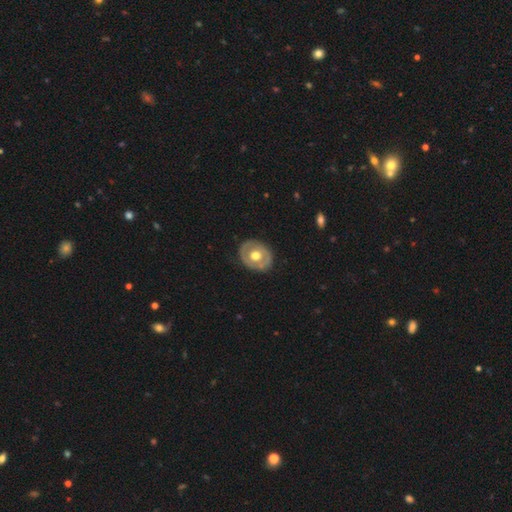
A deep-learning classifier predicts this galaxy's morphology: smooth-or-featured: featured or disk: 54% | smooth: 41% | star or artifact: 5%
  disk-edge-on: no: 94% | yes: 6%
    bar: no: 86% | weak: 11% | strong: 3%
    has-spiral-arms: no: 84% | yes: 16%
    bulge-size: moderate: 66% | large: 28% | small: 4% | dominant: 1% | none: 1%
  merging: none: 83% | minor disturbance: 12% | major disturbance: 3% | merger: 1%